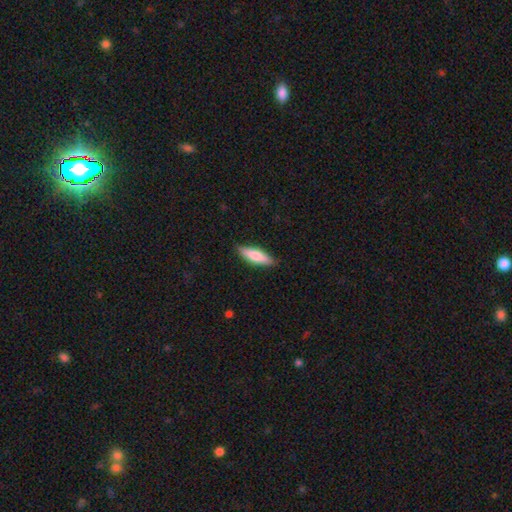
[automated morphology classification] Smooth or featured: smooth — 72% (featured or disk — 22%)
How rounded: cigar-shaped — 59% (in between — 39%)
Merging: none — 87% (minor disturbance — 10%)